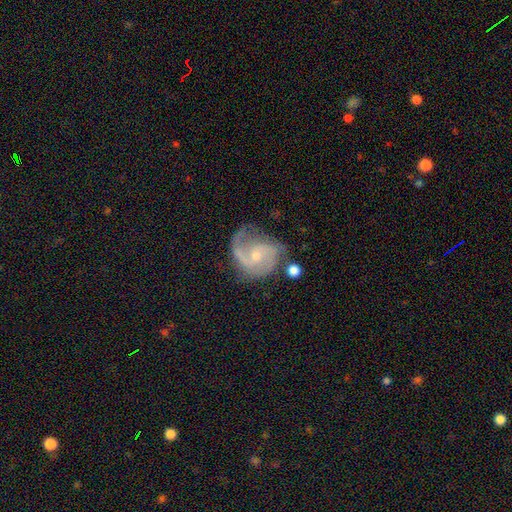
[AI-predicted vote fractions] smooth_or_featured: featured or disk (p=0.85) [alt: smooth p=0.09]
disk_edge_on: no (p=0.98) [alt: yes p=0.02]
bar: no (p=0.55) [alt: weak p=0.37]
has_spiral_arms: yes (p=0.96) [alt: no p=0.04]
spiral_winding: medium (p=0.52) [alt: loose p=0.26]
spiral_arm_count: 2 (p=0.68) [alt: 3 p=0.10]
bulge_size: small (p=0.60) [alt: moderate p=0.36]
merging: none (p=0.55) [alt: minor disturbance p=0.25]